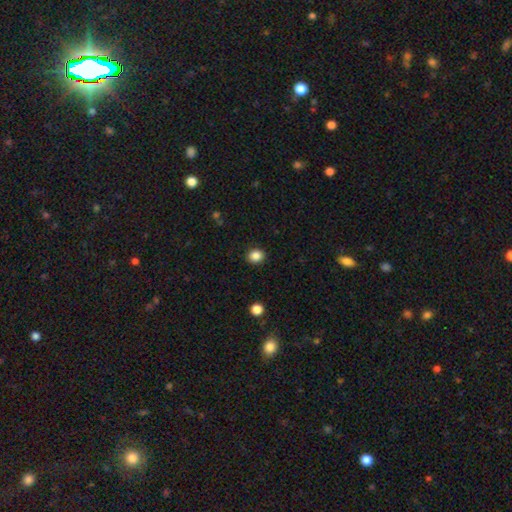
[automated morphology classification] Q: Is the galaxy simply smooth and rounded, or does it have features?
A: smooth — 86%.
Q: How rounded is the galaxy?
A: round — 68%.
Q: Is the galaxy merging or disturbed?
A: none — 91%.